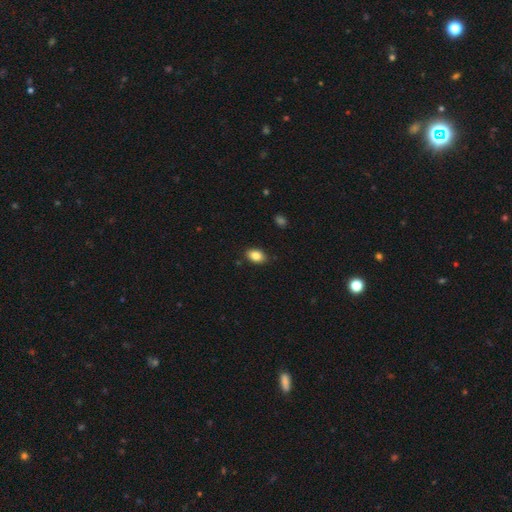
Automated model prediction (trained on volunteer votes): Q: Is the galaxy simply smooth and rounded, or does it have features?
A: smooth — 85%.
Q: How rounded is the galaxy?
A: in between — 86%.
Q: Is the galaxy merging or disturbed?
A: none — 88%.